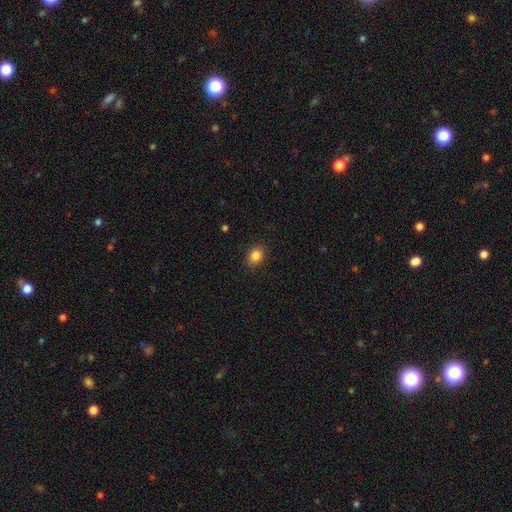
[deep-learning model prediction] Smooth or featured?
  - smooth: 85% *
  - star or artifact: 10%
  - featured or disk: 5%
How rounded?
  - in between: 52% *
  - round: 47%
  - cigar-shaped: 1%
Merging?
  - none: 89% *
  - minor disturbance: 8%
  - major disturbance: 2%
  - merger: 1%